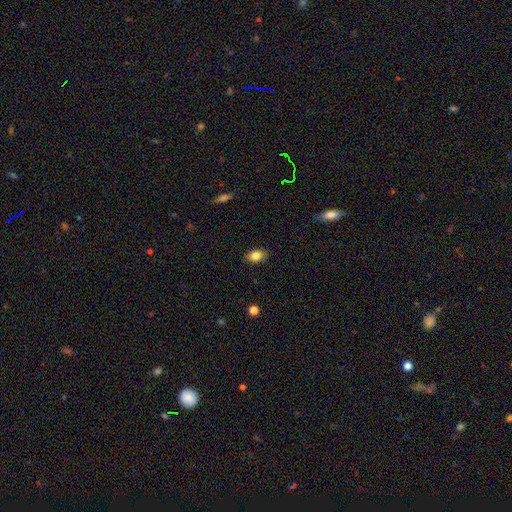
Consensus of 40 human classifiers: Smooth or featured? 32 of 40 (80%) said smooth. How rounded? 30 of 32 (94%) said in between. Merging? 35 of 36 (97%) said none.